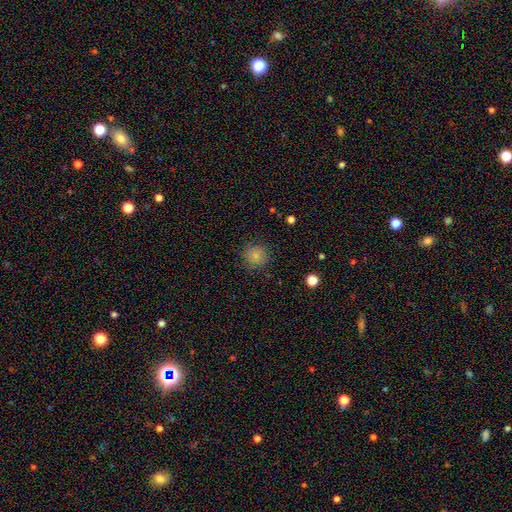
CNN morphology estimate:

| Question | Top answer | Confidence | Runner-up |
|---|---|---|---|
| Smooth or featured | smooth | 84% | star or artifact (11%) |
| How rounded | round | 92% | in between (7%) |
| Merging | none | 86% | minor disturbance (10%) |